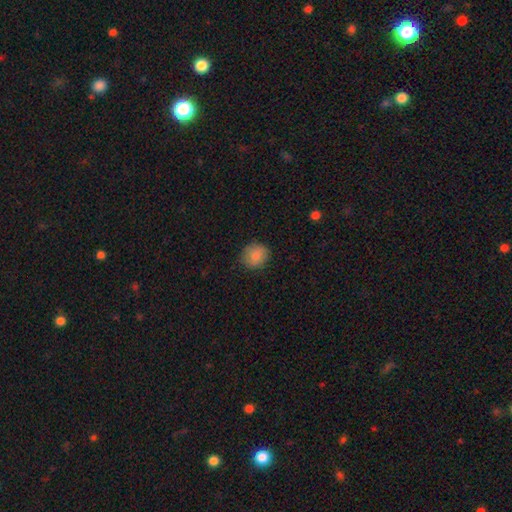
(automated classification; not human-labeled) Morphology: type=smooth (85%); roundness=round (79%); merging=none (84%).